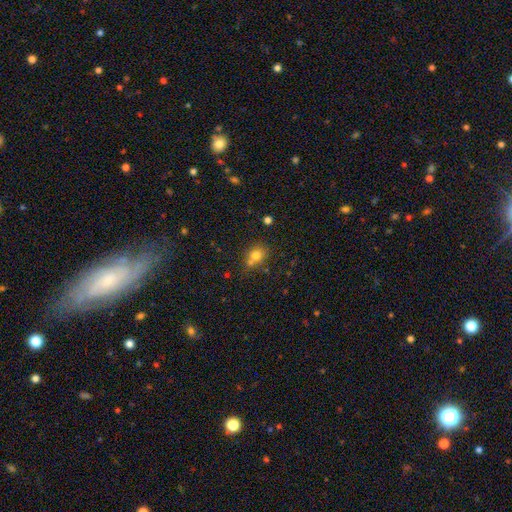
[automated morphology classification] Smooth or featured: smooth — 75% (star or artifact — 14%)
How rounded: round — 68% (in between — 31%)
Merging: none — 53% (merger — 28%)